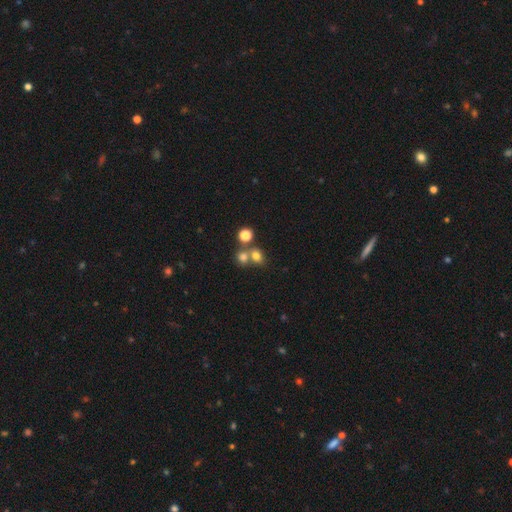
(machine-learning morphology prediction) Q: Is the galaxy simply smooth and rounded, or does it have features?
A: smooth — 72%.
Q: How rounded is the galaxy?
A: round — 65%.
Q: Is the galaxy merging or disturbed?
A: none — 45%.